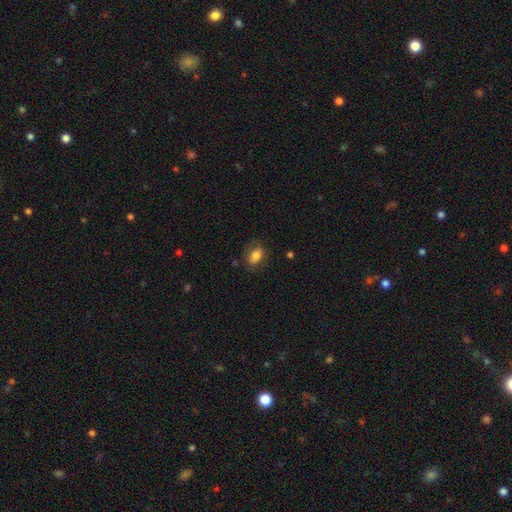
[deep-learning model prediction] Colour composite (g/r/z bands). It shows a smooth galaxy with no disk features (80%) that is in between round and cigar-shaped (85%). Merging: none (75%).